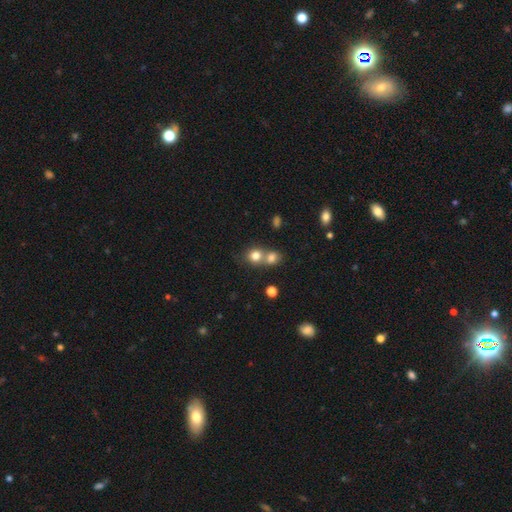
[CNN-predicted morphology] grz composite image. It shows a smooth galaxy with no disk features (79%) that is round (77%). Merging: merger (52%).